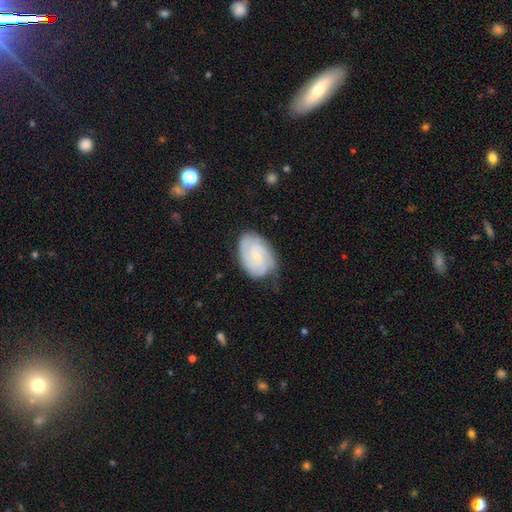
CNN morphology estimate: A featured or disk galaxy (79%) with no bar (58%), 2 (38%) tight (63%) spiral arms (96%) and a small central bulge (72%). Merging: none (67%).